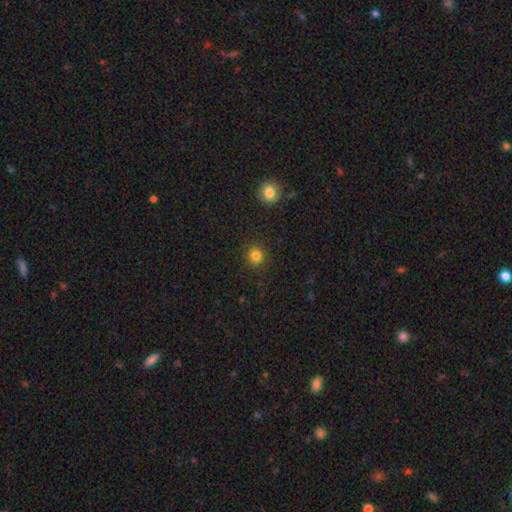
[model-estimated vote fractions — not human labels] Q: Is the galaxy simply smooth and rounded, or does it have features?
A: smooth — 83%.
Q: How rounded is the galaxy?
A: round — 91%.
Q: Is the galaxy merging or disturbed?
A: none — 90%.